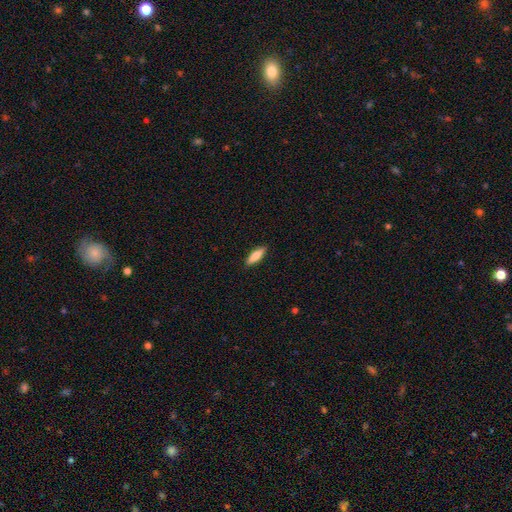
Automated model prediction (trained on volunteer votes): smooth-or-featured: smooth: 78% | featured or disk: 17% | star or artifact: 6%
  how-rounded: cigar-shaped: 53% | in between: 45% | round: 2%
  merging: none: 89% | minor disturbance: 8% | major disturbance: 2% | merger: 1%